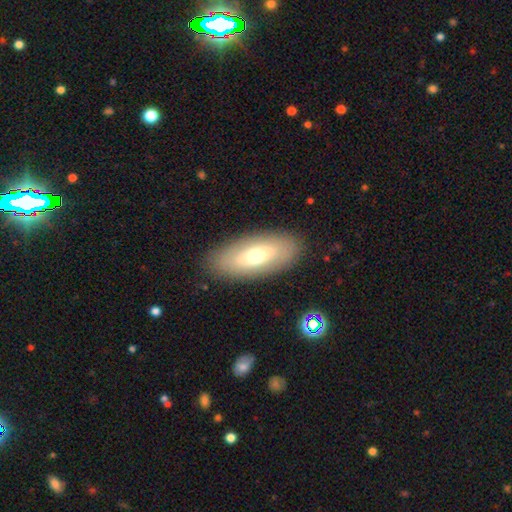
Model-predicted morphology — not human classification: Smooth or featured? smooth (59%)
How rounded? in between (85%)
Merging? none (87%)